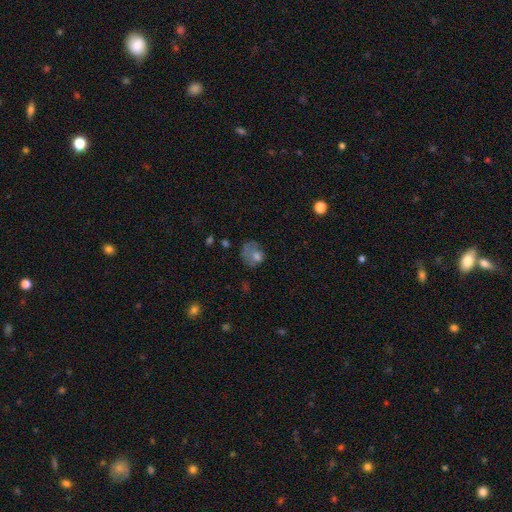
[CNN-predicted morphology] A smooth galaxy with no disk features (63%) that is round (59%).

Vote fractions:
- Smooth or featured? smooth: 63% / featured or disk: 24% / star or artifact: 14%
- How rounded? round: 59% / in between: 40% / cigar-shaped: 1%
- Merging? none: 36% / major disturbance: 32% / minor disturbance: 27% / merger: 5%